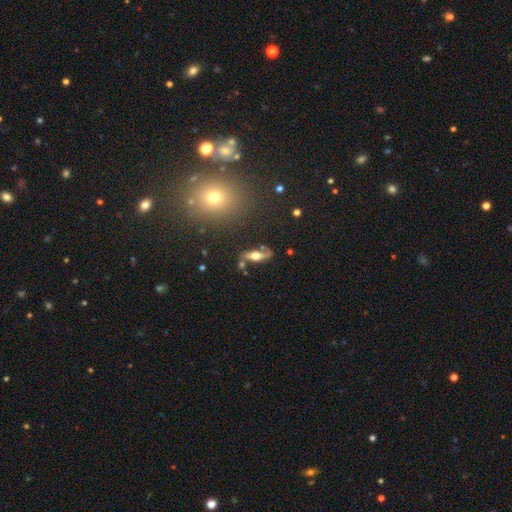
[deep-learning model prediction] Q: Smooth or featured?
A: featured or disk (61%); runner-up: smooth (31%)
Q: Edge-on disk?
A: yes (61%); runner-up: no (39%)
Q: Merging?
A: none (71%); runner-up: minor disturbance (16%)